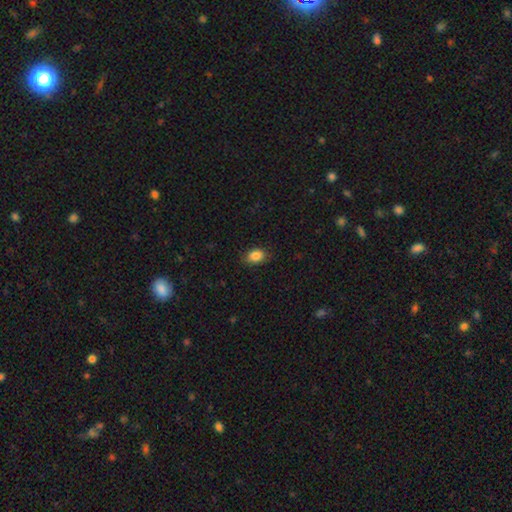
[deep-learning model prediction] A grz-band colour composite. It shows a smooth galaxy with no disk features (87%) that is in between round and cigar-shaped (75%). Merging: none (85%).